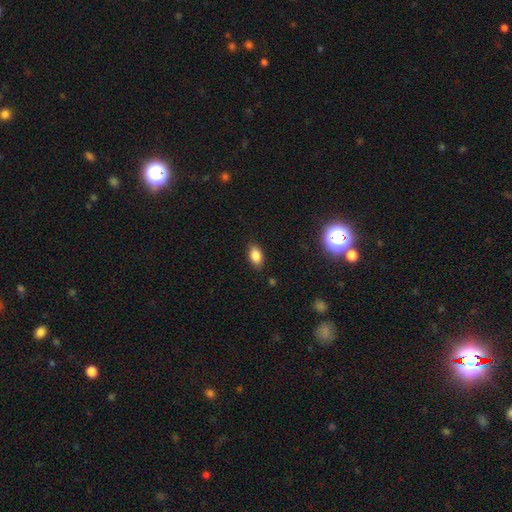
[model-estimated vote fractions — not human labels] This is clearly a smooth galaxy (85%). How rounded: clearly in between (89%). Merging: clearly none (86%).